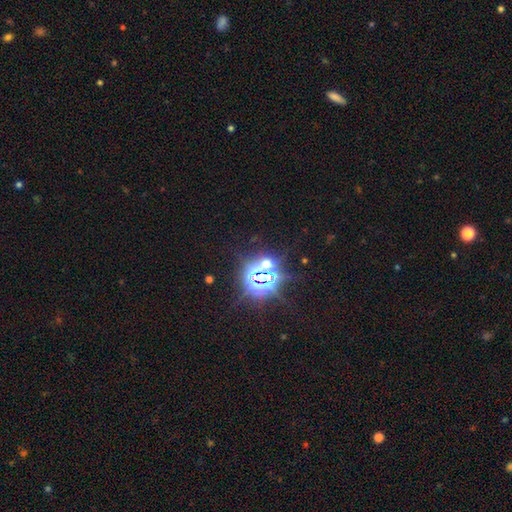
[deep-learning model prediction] A star or artifact, not a galaxy (85%).